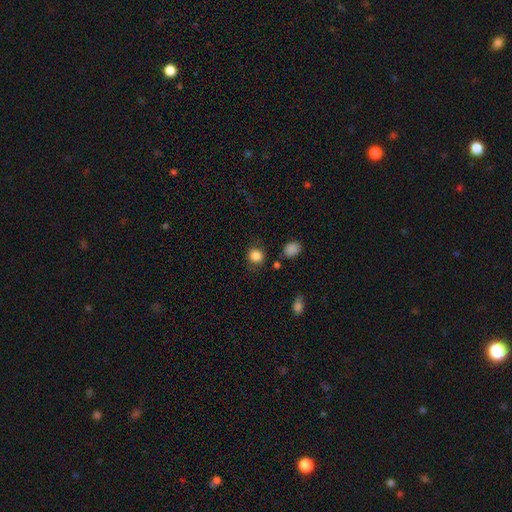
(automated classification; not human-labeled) Smooth or featured?
  - smooth: 85% *
  - star or artifact: 10%
  - featured or disk: 4%
How rounded?
  - round: 78% *
  - in between: 22%
  - cigar-shaped: 1%
Merging?
  - none: 79% *
  - minor disturbance: 13%
  - major disturbance: 5%
  - merger: 4%